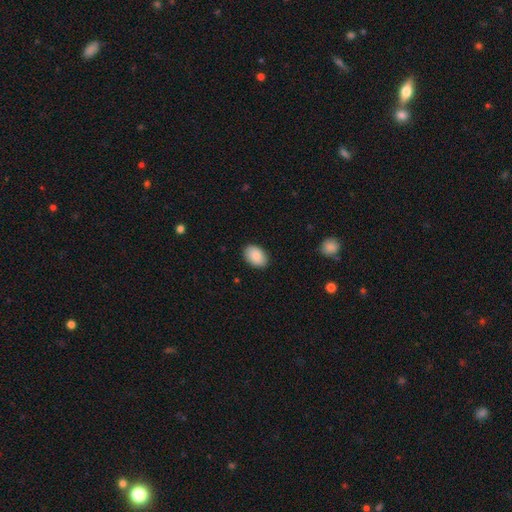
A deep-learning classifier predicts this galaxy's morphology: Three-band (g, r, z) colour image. It shows a smooth galaxy with no disk features (90%) that is in between round and cigar-shaped (88%). Merging: none (89%).